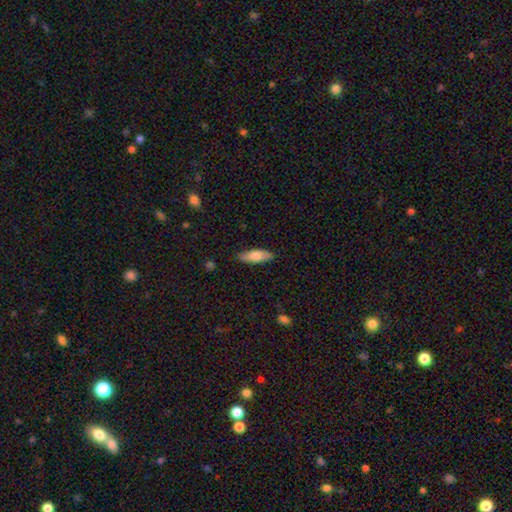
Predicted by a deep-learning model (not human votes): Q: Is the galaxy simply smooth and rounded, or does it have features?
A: smooth — 74%.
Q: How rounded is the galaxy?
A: in between — 57%.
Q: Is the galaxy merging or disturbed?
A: none — 85%.